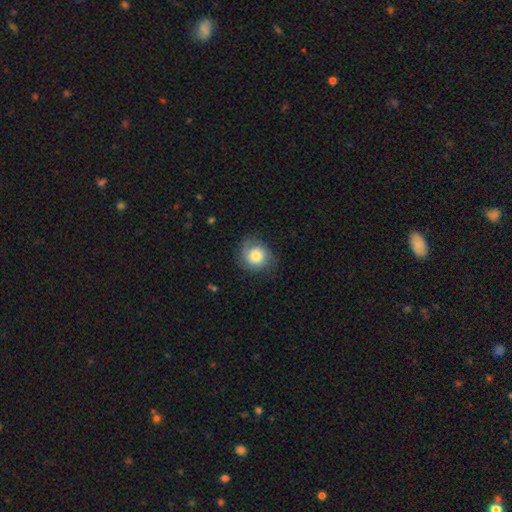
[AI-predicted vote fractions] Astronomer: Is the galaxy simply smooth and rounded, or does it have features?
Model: smooth — 52% (runner-up: featured or disk, 40%).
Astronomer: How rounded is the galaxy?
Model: round — 80%.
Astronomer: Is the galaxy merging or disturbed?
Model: none — 68%.